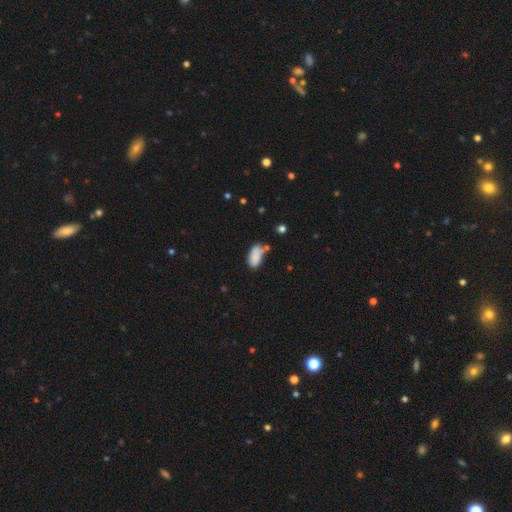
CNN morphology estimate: Smooth or featured: smooth — 84% (star or artifact — 8%)
How rounded: in between — 91% (cigar-shaped — 6%)
Merging: none — 54% (minor disturbance — 24%)